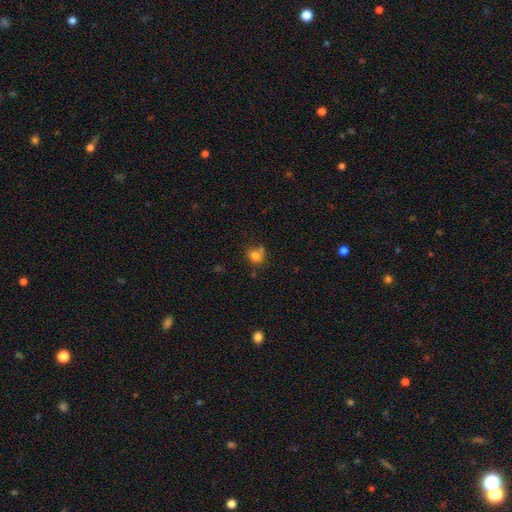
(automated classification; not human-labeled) A smooth galaxy with no disk features (79%) that is round (72%).

Vote fractions:
- Smooth or featured? smooth: 79% / star or artifact: 12% / featured or disk: 9%
- How rounded? round: 72% / in between: 27% / cigar-shaped: 1%
- Merging? none: 55% / merger: 21% / minor disturbance: 18% / major disturbance: 6%